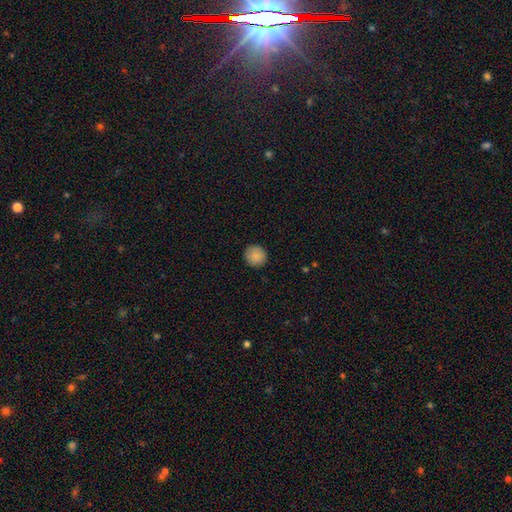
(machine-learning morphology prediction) Smooth or featured: smooth — 87% (star or artifact — 8%)
How rounded: round — 94% (in between — 5%)
Merging: none — 91% (minor disturbance — 7%)